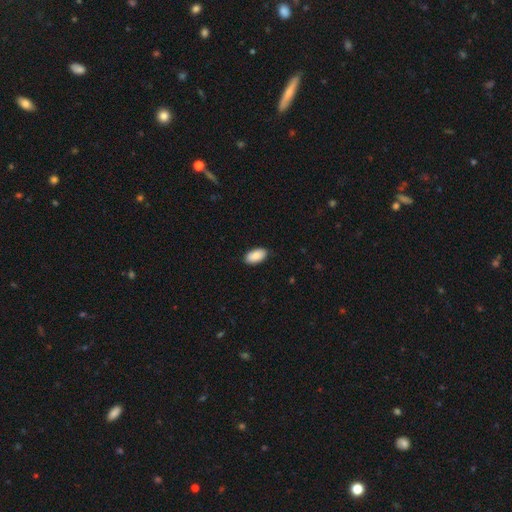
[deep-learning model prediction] Smooth or featured: smooth — 87% (star or artifact — 6%)
How rounded: in between — 95% (round — 3%)
Merging: none — 86% (minor disturbance — 11%)